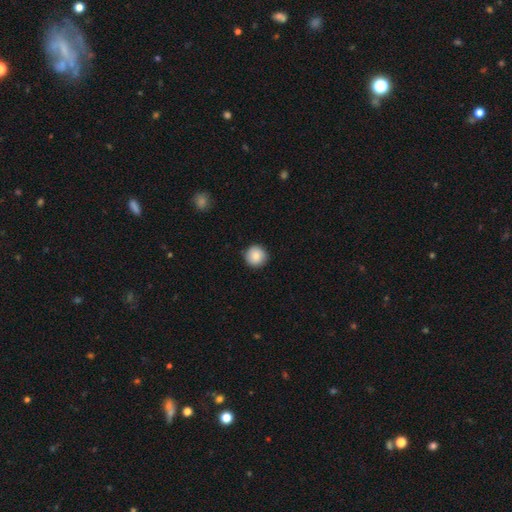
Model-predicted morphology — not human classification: Overall: smooth (84%). How rounded: round (95%). Merging: none (90%).